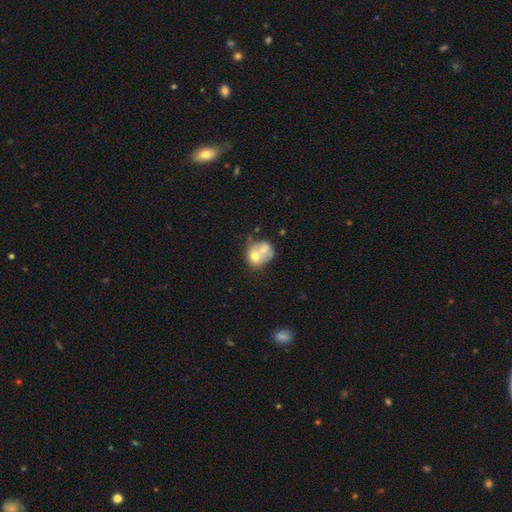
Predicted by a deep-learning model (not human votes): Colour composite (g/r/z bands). It shows a smooth galaxy with no disk features (56%) that is round (62%). Merging: merger (60%).